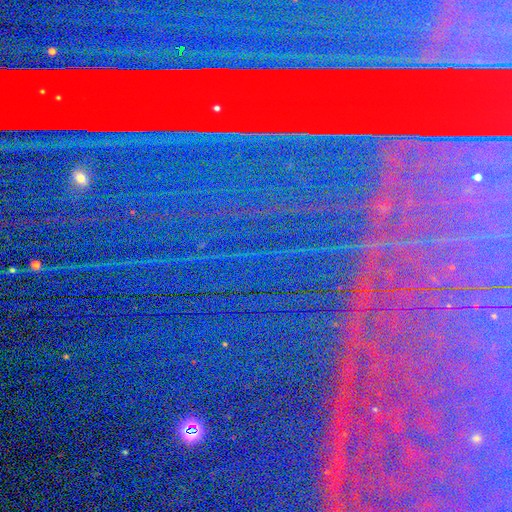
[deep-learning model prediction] Smooth or featured?
  - star or artifact: 87% *
  - featured or disk: 7%
  - smooth: 6%